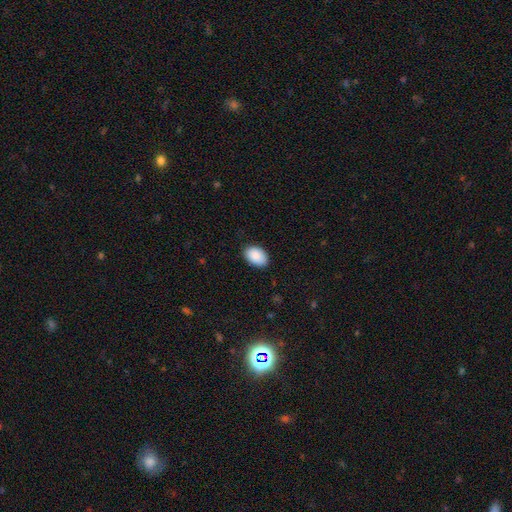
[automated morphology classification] Smooth or featured? Predicted: smooth (p=0.90). How rounded? Predicted: in between (p=0.89). Merging? Predicted: none (p=0.87).